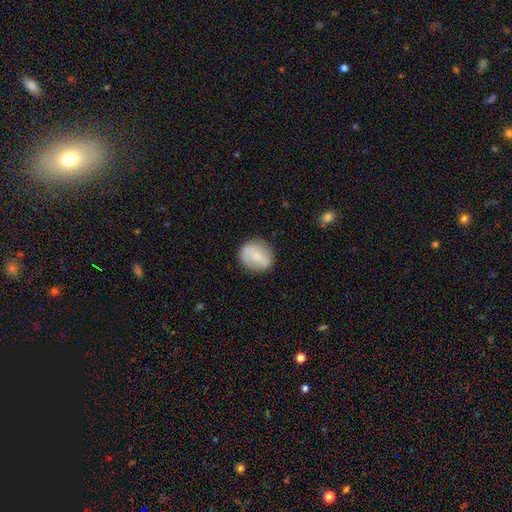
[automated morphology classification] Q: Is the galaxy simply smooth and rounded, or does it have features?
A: smooth — 66%.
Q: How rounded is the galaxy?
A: round — 69%.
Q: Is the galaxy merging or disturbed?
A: none — 82%.